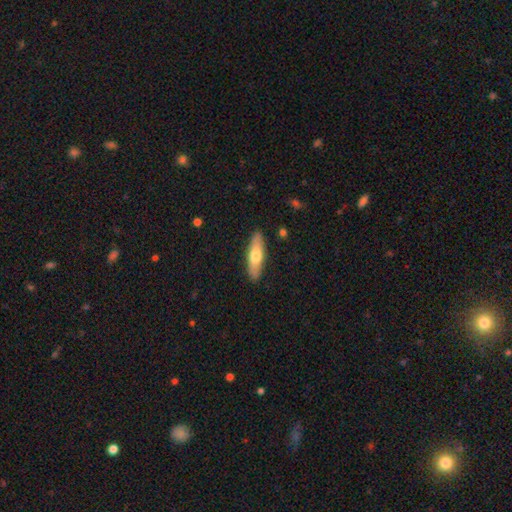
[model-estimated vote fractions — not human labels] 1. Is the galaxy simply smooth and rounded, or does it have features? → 64% smooth, 31% featured or disk, 5% star or artifact.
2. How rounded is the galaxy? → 58% cigar-shaped, 40% in between, 2% round.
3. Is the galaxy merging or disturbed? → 89% none, 8% minor disturbance, 2% major disturbance, 1% merger.